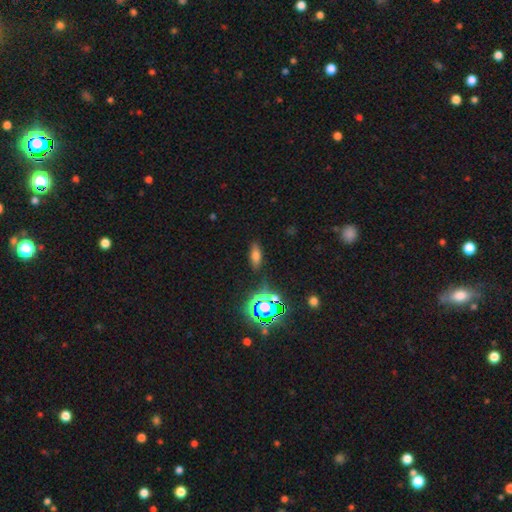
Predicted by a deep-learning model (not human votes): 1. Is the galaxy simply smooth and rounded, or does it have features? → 67% smooth, 22% star or artifact, 11% featured or disk.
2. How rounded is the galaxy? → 73% in between, 21% cigar-shaped, 5% round.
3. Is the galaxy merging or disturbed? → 83% none, 11% minor disturbance, 3% major disturbance, 2% merger.